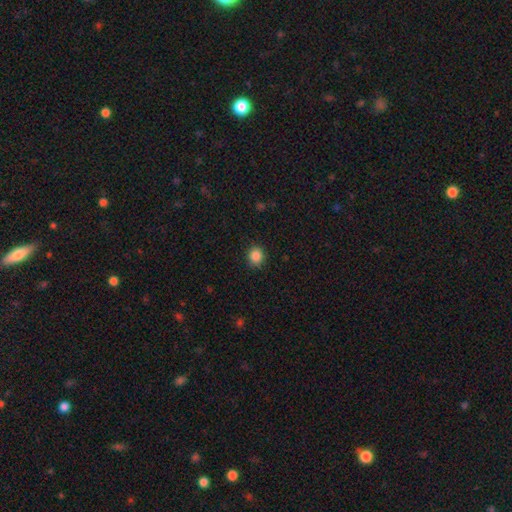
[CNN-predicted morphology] Overall: smooth (86%). How rounded: round (80%). Merging: none (89%).